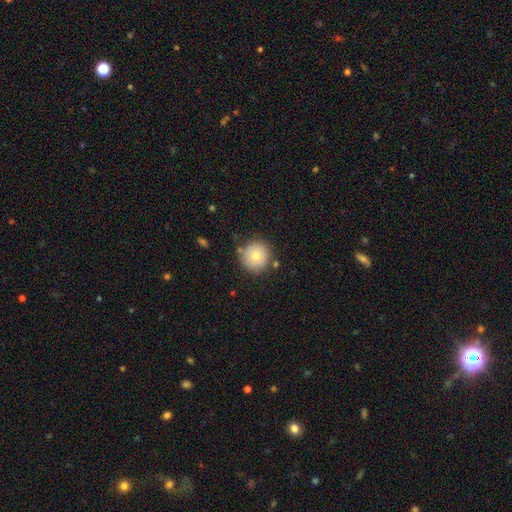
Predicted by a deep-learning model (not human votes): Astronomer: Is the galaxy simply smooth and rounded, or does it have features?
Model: smooth — 76%.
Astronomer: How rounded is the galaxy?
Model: round — 95%.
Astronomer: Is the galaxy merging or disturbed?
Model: none — 81%.